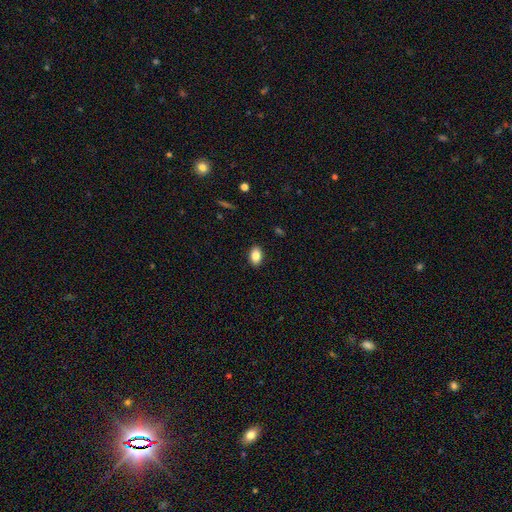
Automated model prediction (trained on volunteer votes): The model was most divided on "how rounded": in between: 85%, round: 13%, cigar-shaped: 1%. More confident: merging — none (89%); smooth or featured — smooth (85%).